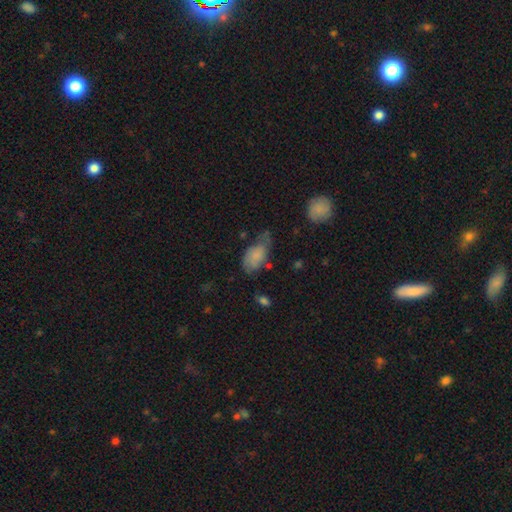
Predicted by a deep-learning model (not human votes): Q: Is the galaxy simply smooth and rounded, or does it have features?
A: smooth — 73%.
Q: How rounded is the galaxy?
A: in between — 92%.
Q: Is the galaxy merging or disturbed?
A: minor disturbance — 40%.